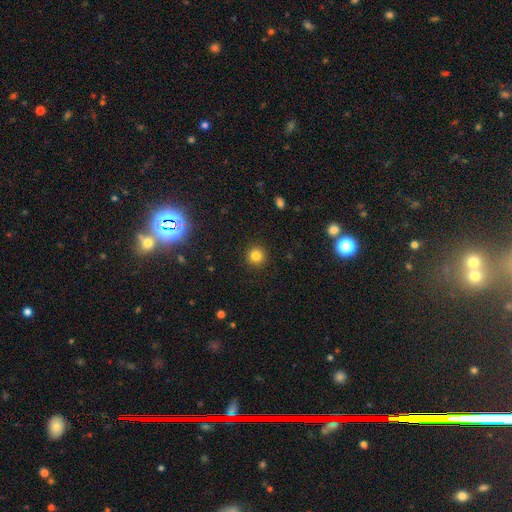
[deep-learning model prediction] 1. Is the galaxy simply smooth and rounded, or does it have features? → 83% smooth, 13% star or artifact, 5% featured or disk.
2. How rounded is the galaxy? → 94% round, 5% in between, 1% cigar-shaped.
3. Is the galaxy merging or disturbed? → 92% none, 5% minor disturbance, 2% major disturbance, 1% merger.